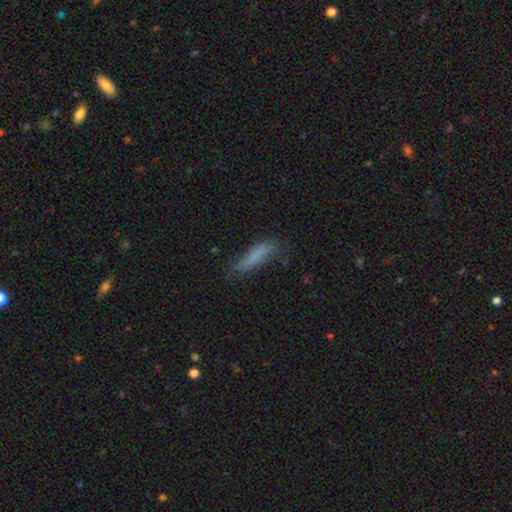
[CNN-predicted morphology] This is likely a smooth galaxy (77%). How rounded: likely cigar-shaped (76%). Merging: likely none (62%).